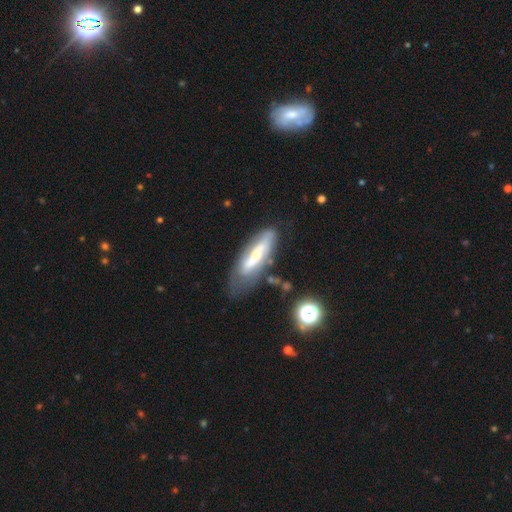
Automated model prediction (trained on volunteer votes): smooth-or-featured: featured or disk: 55% | smooth: 38% | star or artifact: 7%
  disk-edge-on: no: 70% | yes: 30%
  merging: none: 47% | minor disturbance: 28% | major disturbance: 19% | merger: 6%